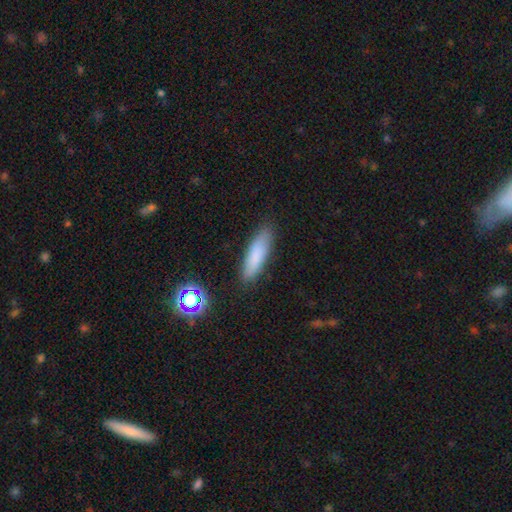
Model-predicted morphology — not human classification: smooth 80%, featured or disk 11%, star or artifact 9%. Down the decision tree: how rounded — cigar-shaped (62%); merging — none (86%).